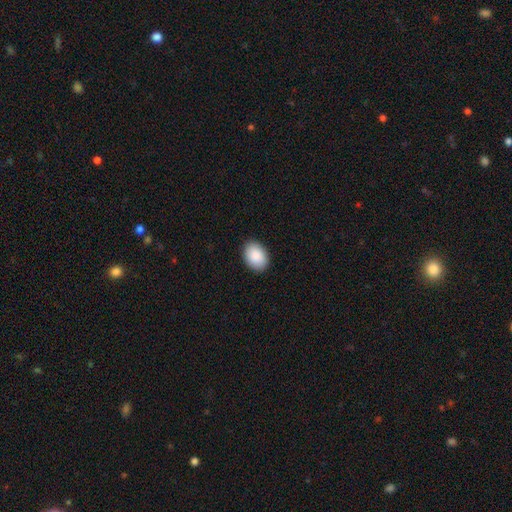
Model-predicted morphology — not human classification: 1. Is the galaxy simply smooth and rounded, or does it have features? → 90% smooth, 6% star or artifact, 4% featured or disk.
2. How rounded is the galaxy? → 79% in between, 20% round, 1% cigar-shaped.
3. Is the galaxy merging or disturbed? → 90% none, 8% minor disturbance, 2% major disturbance, 1% merger.